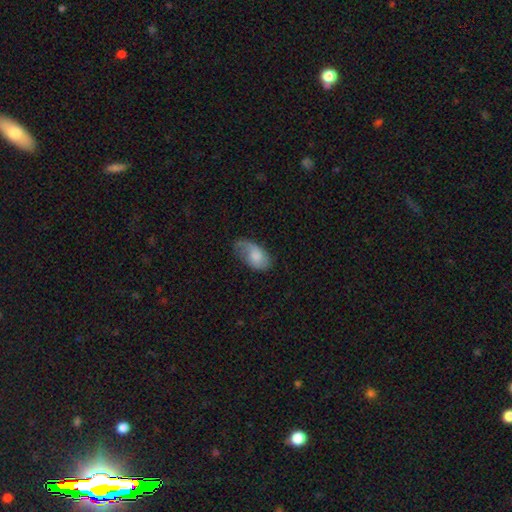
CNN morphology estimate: Smooth or featured? Predicted: smooth (p=0.60). How rounded? Predicted: in between (p=0.92). Merging? Predicted: none (p=0.43).